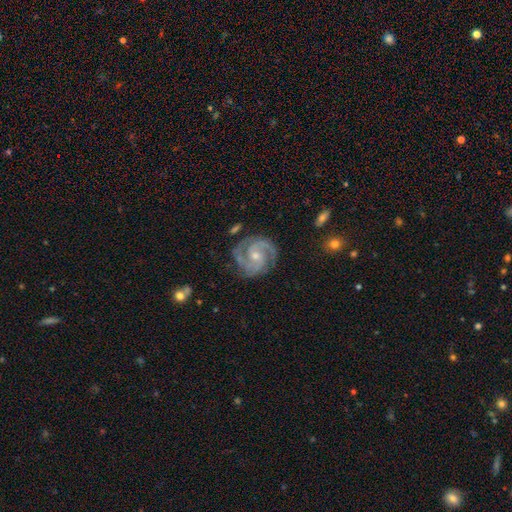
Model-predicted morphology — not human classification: A featured or disk galaxy (92%) with no bar (59%), 2 (65%) tight (53%) spiral arms (99%) and a small central bulge (55%).

Vote fractions:
- Smooth or featured? featured or disk: 92% / star or artifact: 4% / smooth: 3%
- Edge-on disk? no: 98% / yes: 2%
- Bar? no: 59% / weak: 33% / strong: 8%
- Spiral arms? yes: 99% / no: 1%
- Spiral winding? tight: 53% / medium: 42% / loose: 5%
- Spiral arm count? 2: 65% / 3: 23% / can't tell: 4% / 4: 3% / 1: 2% / more than 4: 2%
- Bulge size? small: 55% / moderate: 41% / none: 2% / large: 1% / dominant: 1%
- Merging? none: 79% / minor disturbance: 15% / major disturbance: 4% / merger: 2%